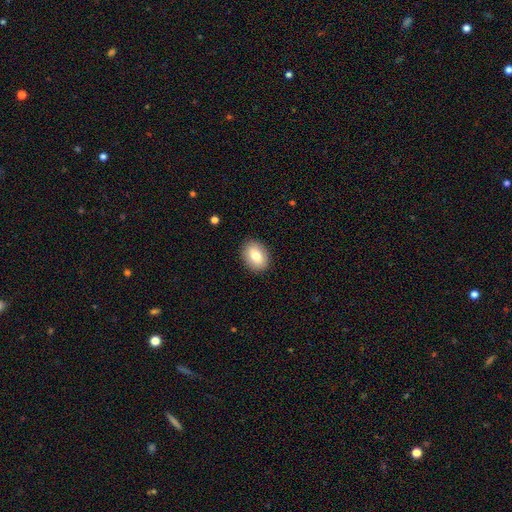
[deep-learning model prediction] A smooth galaxy with no disk features (80%) that is in between round and cigar-shaped (72%).

Vote fractions:
- Smooth or featured? smooth: 80% / featured or disk: 13% / star or artifact: 8%
- How rounded? in between: 72% / round: 27% / cigar-shaped: 1%
- Merging? none: 89% / minor disturbance: 8% / major disturbance: 2% / merger: 1%